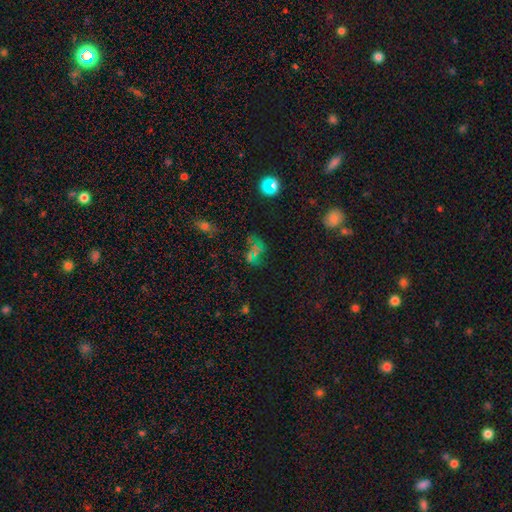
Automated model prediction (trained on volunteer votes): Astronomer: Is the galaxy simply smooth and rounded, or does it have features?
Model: star or artifact — 46% (runner-up: smooth, 31%).